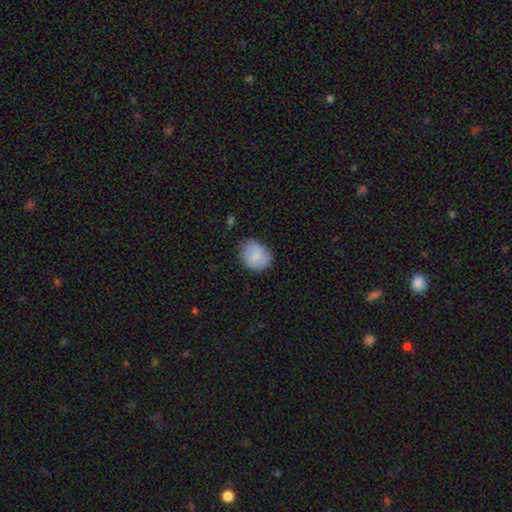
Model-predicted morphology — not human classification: smooth-or-featured: smooth: 78% | featured or disk: 15% | star or artifact: 7%
  how-rounded: round: 58% | in between: 41% | cigar-shaped: 1%
  merging: none: 65% | minor disturbance: 27% | major disturbance: 7% | merger: 2%